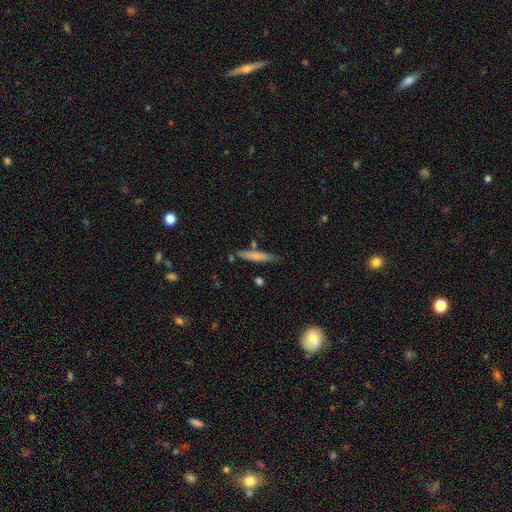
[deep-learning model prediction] Smooth or featured?
  - smooth: 67% *
  - featured or disk: 26%
  - star or artifact: 7%
How rounded?
  - cigar-shaped: 91% *
  - in between: 8%
  - round: 2%
Merging?
  - none: 77% *
  - minor disturbance: 14%
  - merger: 6%
  - major disturbance: 3%